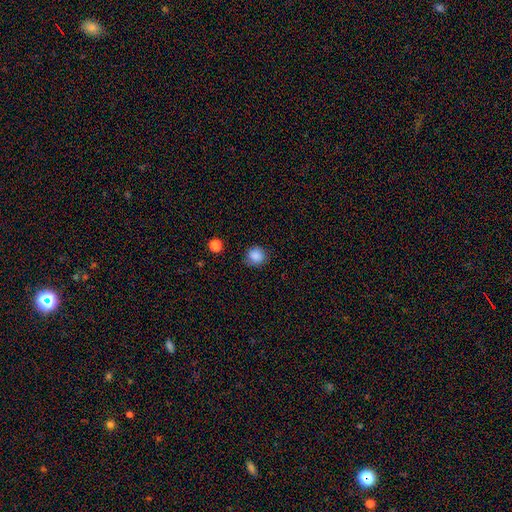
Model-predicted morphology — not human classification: This is clearly a smooth galaxy (85%). How rounded: clearly round (88%). Merging: likely none (80%).